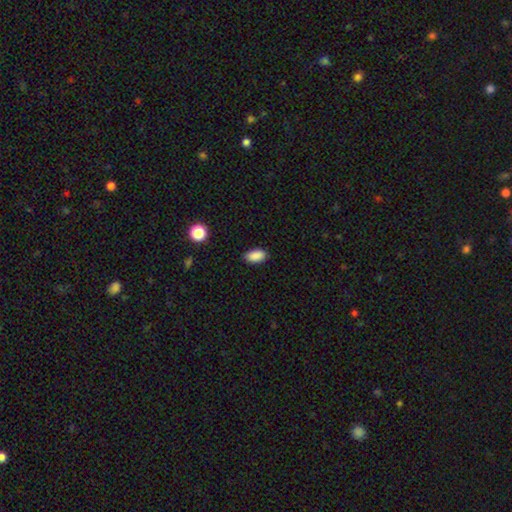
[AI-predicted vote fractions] Smooth or featured? smooth (88%)
How rounded? in between (92%)
Merging? none (84%)